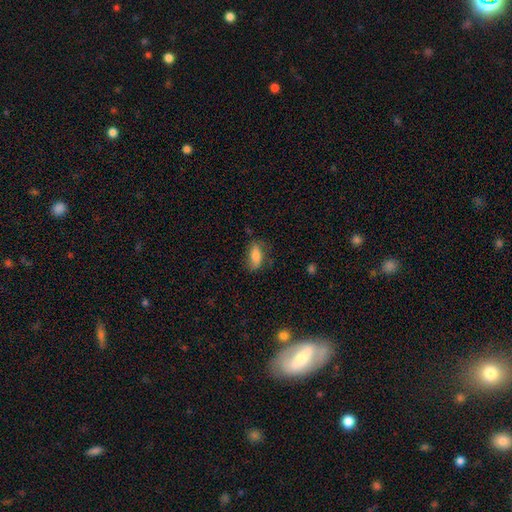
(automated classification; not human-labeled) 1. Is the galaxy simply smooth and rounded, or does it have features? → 77% smooth, 15% featured or disk, 8% star or artifact.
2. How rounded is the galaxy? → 82% in between, 14% cigar-shaped, 4% round.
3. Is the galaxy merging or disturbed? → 69% none, 22% minor disturbance, 7% major disturbance, 2% merger.